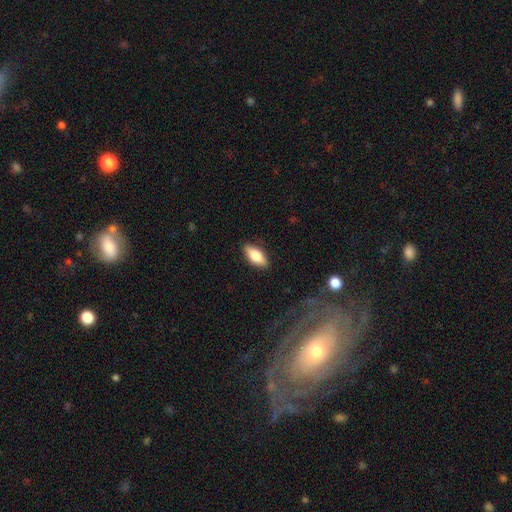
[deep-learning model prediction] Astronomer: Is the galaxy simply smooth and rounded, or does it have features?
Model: smooth — 71%.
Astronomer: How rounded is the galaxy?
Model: in between — 76%.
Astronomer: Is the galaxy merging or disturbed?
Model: none — 87%.